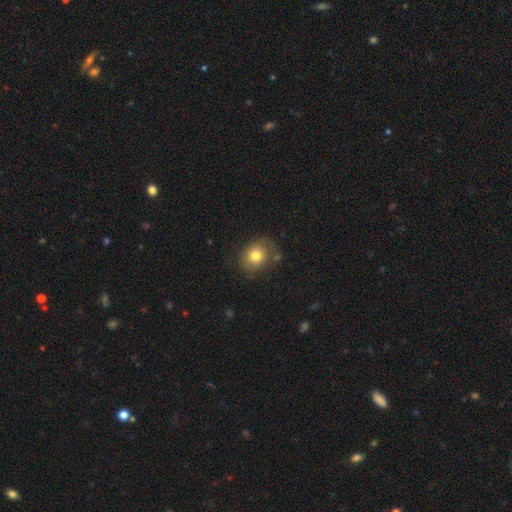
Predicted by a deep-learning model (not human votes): Overall: smooth (76%). How rounded: round (62%; in between 37%). Merging: none (65%).